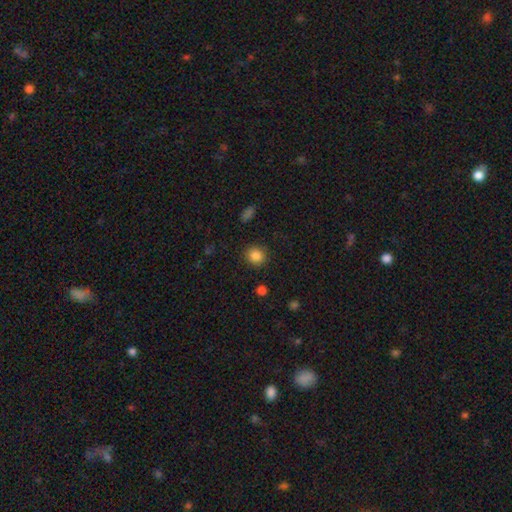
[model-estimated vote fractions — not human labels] This appears to be a smooth galaxy with no disk features (86%) that is round (84%). Merging: none (89%).